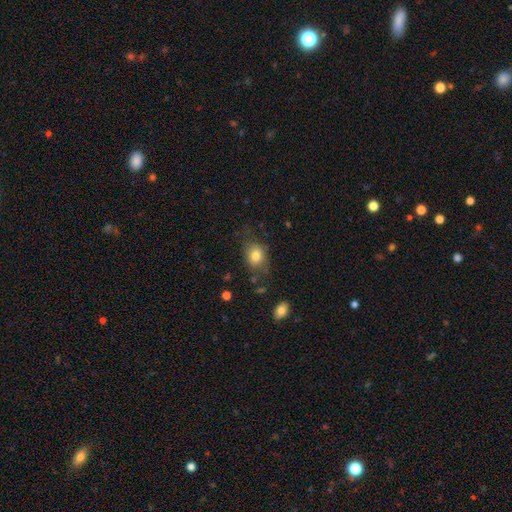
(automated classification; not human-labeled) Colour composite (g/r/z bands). It shows a smooth galaxy with no disk features (79%) that is in between round and cigar-shaped (56%). Merging: none (65%).